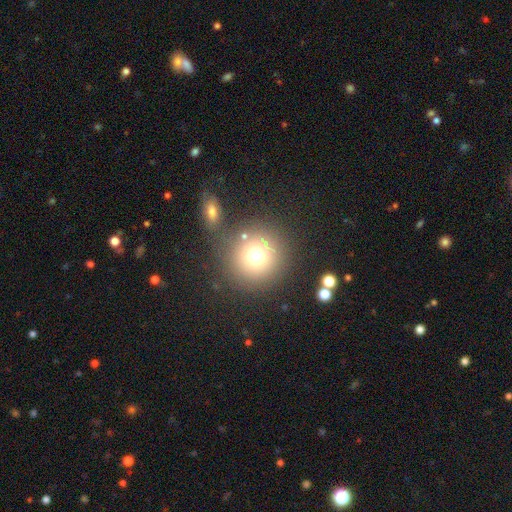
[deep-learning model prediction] smooth_or_featured: smooth (p=0.72) [alt: star or artifact p=0.16]
how_rounded: round (p=0.94) [alt: in between p=0.05]
merging: none (p=0.75) [alt: merger p=0.11]